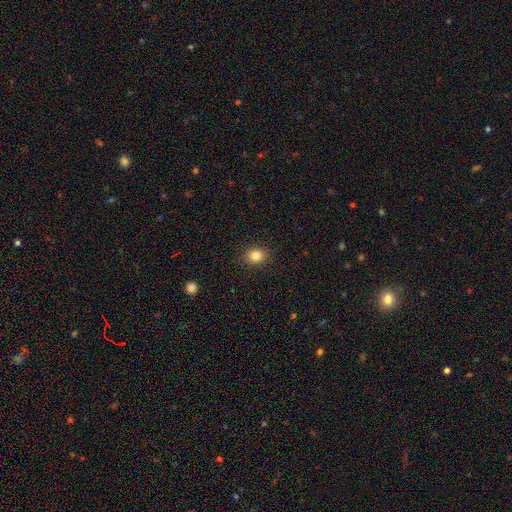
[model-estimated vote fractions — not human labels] smooth_or_featured: smooth (p=0.83) [alt: star or artifact p=0.11]
how_rounded: round (p=0.51) [alt: in between p=0.48]
merging: none (p=0.89) [alt: minor disturbance p=0.08]